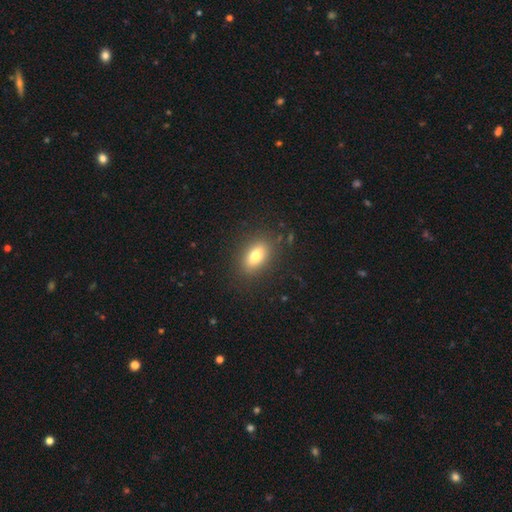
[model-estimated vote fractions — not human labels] Q: Smooth or featured?
A: smooth (76%); runner-up: featured or disk (14%)
Q: How rounded?
A: in between (84%); runner-up: round (10%)
Q: Merging?
A: none (85%); runner-up: minor disturbance (10%)